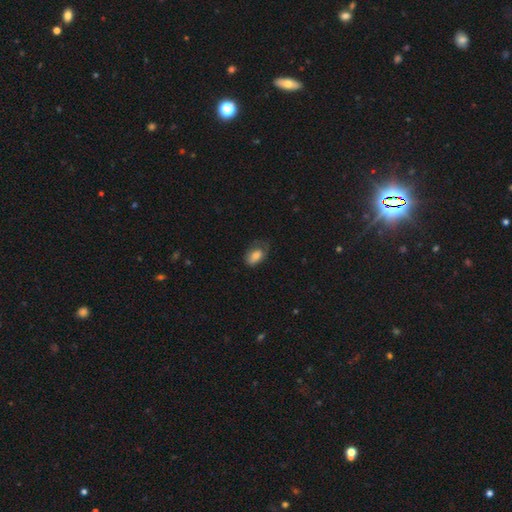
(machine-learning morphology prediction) smooth-or-featured: smooth: 69% | featured or disk: 22% | star or artifact: 8%
  how-rounded: in between: 87% | round: 11% | cigar-shaped: 2%
  merging: none: 46% | minor disturbance: 32% | major disturbance: 21% | merger: 2%